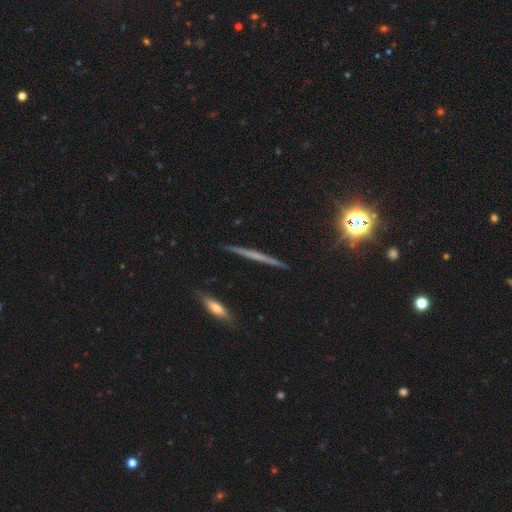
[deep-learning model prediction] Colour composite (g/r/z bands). It shows a featured or disk galaxy (58%) viewed edge-on (97%) with no central bulge (78%). Merging: none (91%).